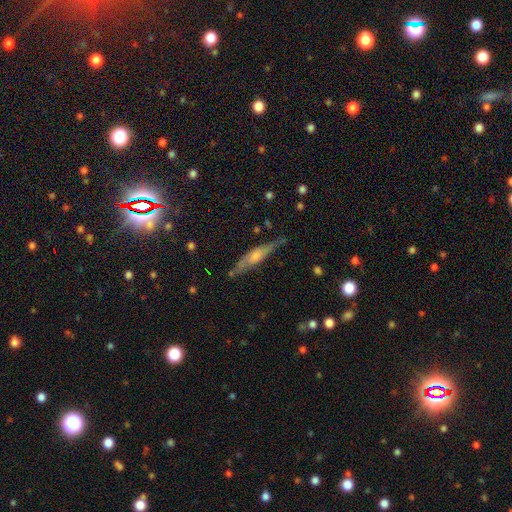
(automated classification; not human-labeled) A featured or disk galaxy (62%) viewed edge-on (88%) with a rounded central bulge (66%). Merging: none (76%).